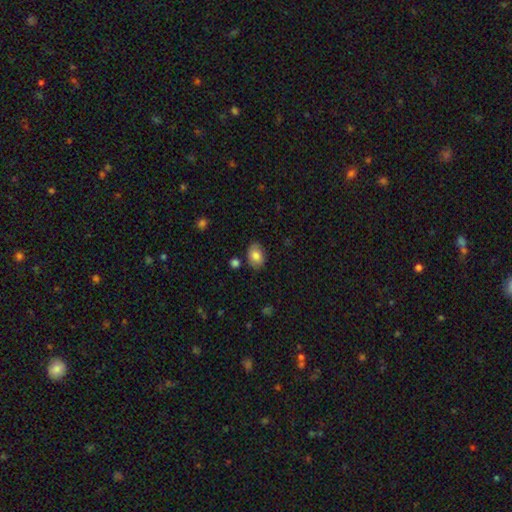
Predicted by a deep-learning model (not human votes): Q: Smooth or featured?
A: smooth (80%); runner-up: featured or disk (12%)
Q: How rounded?
A: in between (81%); runner-up: round (18%)
Q: Merging?
A: none (82%); runner-up: minor disturbance (13%)